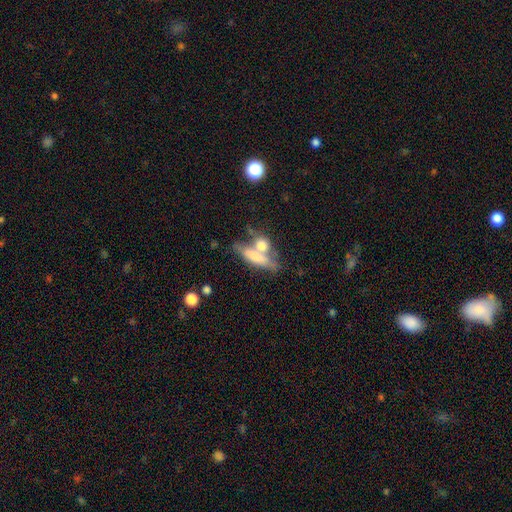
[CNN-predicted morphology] smooth-or-featured: smooth: 57% | featured or disk: 33% | star or artifact: 10%
  how-rounded: cigar-shaped: 52% | in between: 40% | round: 7%
  merging: none: 42% | merger: 37% | minor disturbance: 13% | major disturbance: 8%